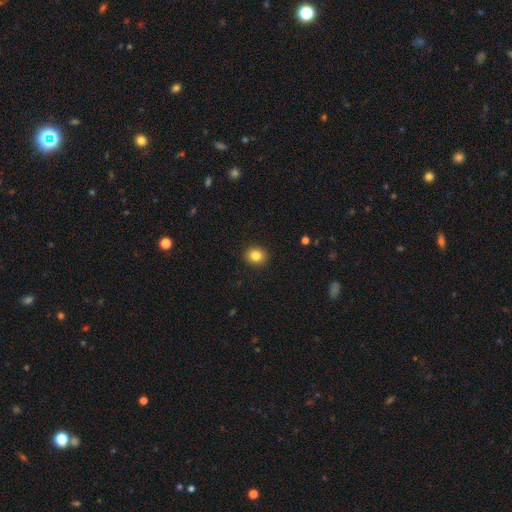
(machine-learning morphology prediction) This is clearly a smooth galaxy (84%). How rounded: likely round (77%). Merging: clearly none (92%).